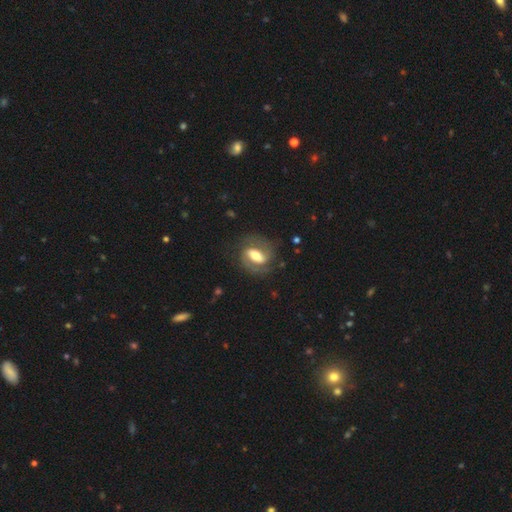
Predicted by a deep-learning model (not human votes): Smooth or featured?
  - featured or disk: 72% *
  - smooth: 22%
  - star or artifact: 6%
Edge-on disk?
  - no: 95% *
  - yes: 5%
Bar?
  - strong: 48% *
  - weak: 35%
  - no: 16%
Spiral arms?
  - yes: 86% *
  - no: 14%
Spiral winding?
  - medium: 50% *
  - tight: 31%
  - loose: 19%
Spiral arm count?
  - 2: 85% *
  - can't tell: 7%
  - 1: 5%
  - 3: 1%
  - 4: 1%
  - more than 4: 1%
Bulge size?
  - moderate: 54% *
  - large: 25%
  - small: 16%
  - dominant: 3%
  - none: 2%
Merging?
  - none: 71% *
  - minor disturbance: 17%
  - major disturbance: 11%
  - merger: 2%